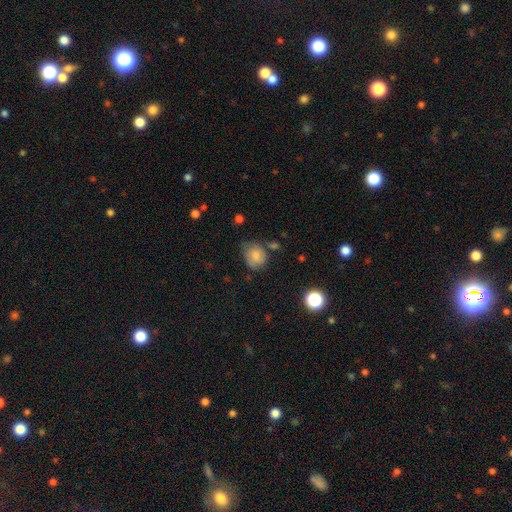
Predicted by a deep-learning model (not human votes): This appears to be a smooth galaxy with no disk features (69%) that is round (58%). Merging: none (54%).